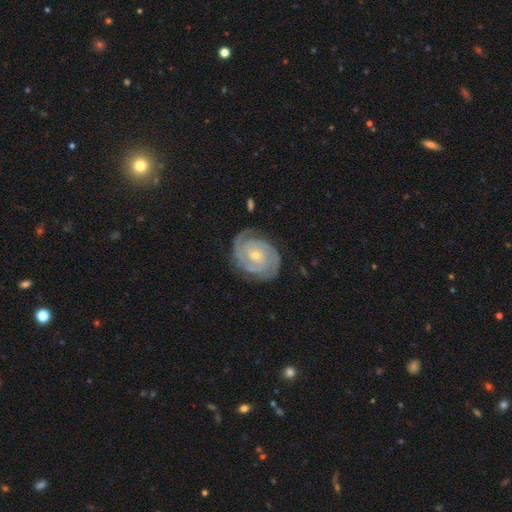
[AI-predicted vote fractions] Morphology: type=featured or disk (89%); edge-on=no (98%); bar=no (68%); spiral arms=yes (97%); winding=tight (75%); arm count=2 (41%); bulge=small (65%); merging=none (75%).